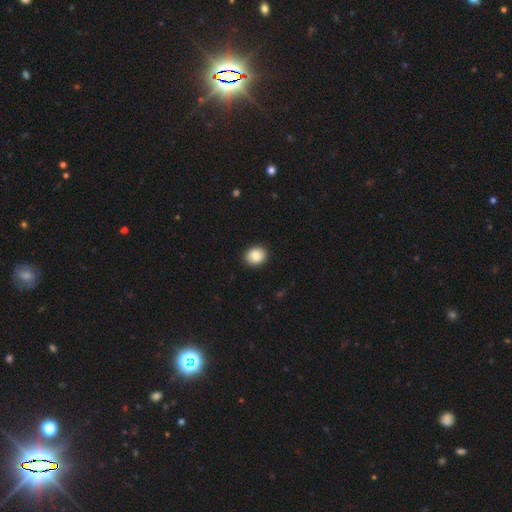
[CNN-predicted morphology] This appears to be a smooth galaxy with no disk features (87%) that is round (57%). Merging: none (91%).